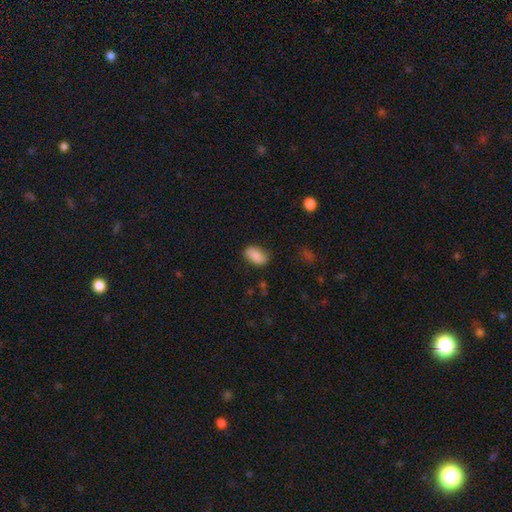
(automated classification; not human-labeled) The model was most divided on "merging": none: 78%, minor disturbance: 17%, major disturbance: 4%, merger: 2%. More confident: how rounded — in between (90%); smooth or featured — smooth (80%).